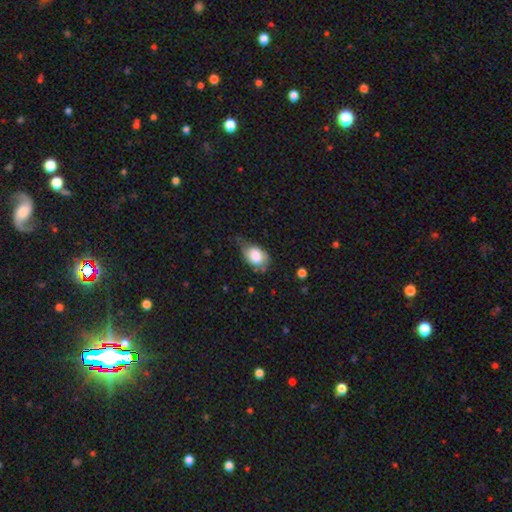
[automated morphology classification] smooth 75%, featured or disk 18%, star or artifact 7%. Down the decision tree: how rounded — in between (84%); merging — none (44%).